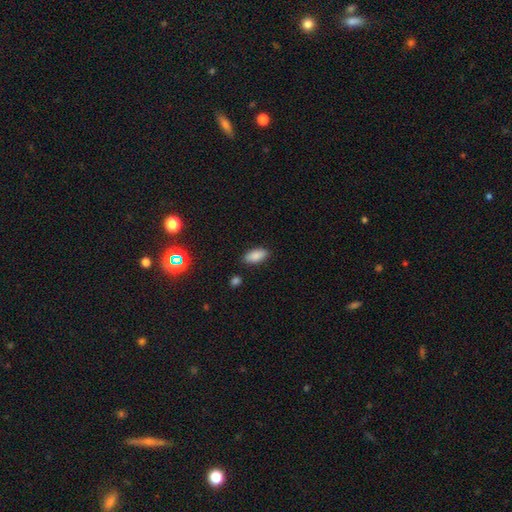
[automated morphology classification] type=smooth (85%); roundness=in between (88%); merging=none (84%).